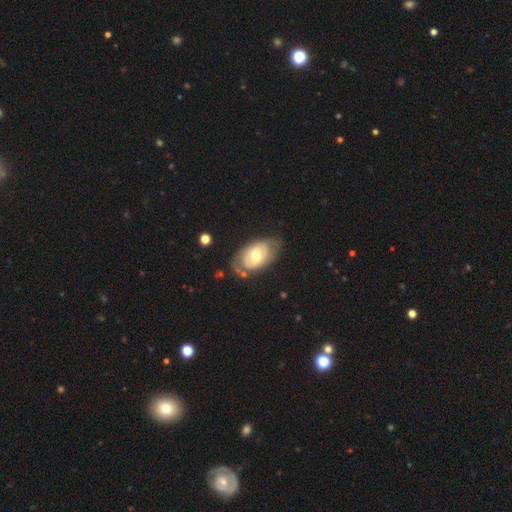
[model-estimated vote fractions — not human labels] The model was most divided on "spiral arms": yes: 53%, no: 47%. More confident: edge-on disk — no (93%); bulge size — moderate (72%); bar — no (63%); merging — none (60%); smooth or featured — featured or disk (58%).